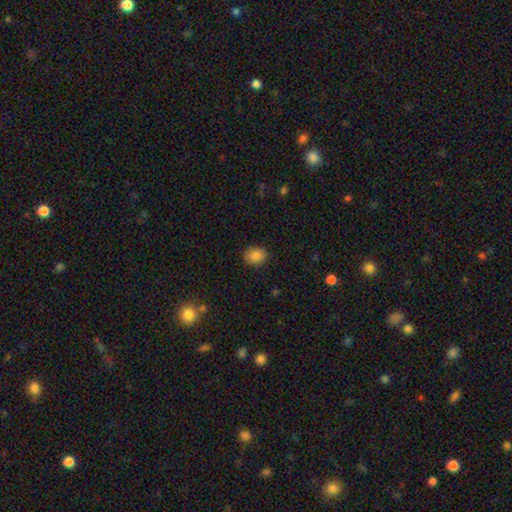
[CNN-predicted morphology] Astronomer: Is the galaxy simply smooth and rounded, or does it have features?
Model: smooth — 86%.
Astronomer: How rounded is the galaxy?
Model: round — 64%.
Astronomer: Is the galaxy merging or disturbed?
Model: none — 88%.